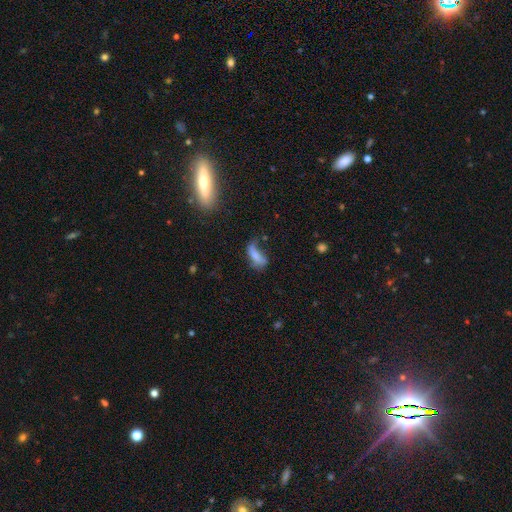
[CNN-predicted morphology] This appears to be a smooth galaxy with no disk features (60%) that is in between round and cigar-shaped (70%). Merging: major disturbance (34%).